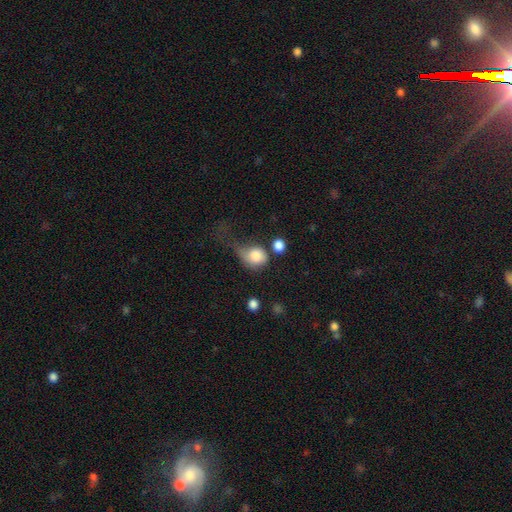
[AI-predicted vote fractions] smooth_or_featured: smooth (p=0.79) [alt: featured or disk p=0.12]
how_rounded: round (p=0.64) [alt: in between p=0.35]
merging: major disturbance (p=0.42) [alt: minor disturbance p=0.23]